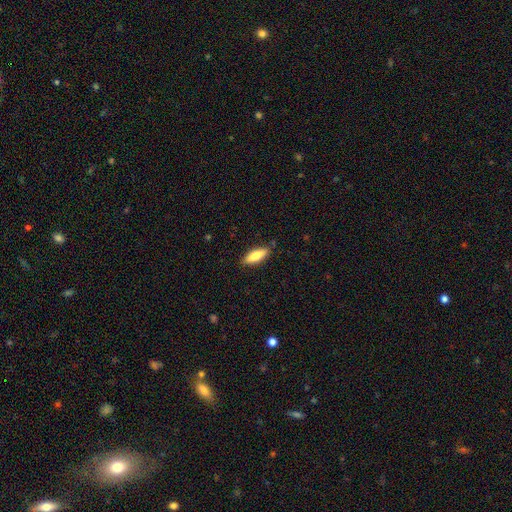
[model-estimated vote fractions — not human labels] A smooth galaxy with no disk features (77%) that is in between round and cigar-shaped (53%). Merging: none (86%).